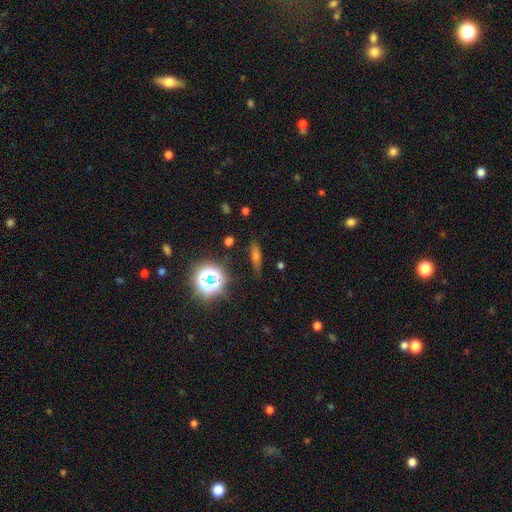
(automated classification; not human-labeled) The model was most divided on "smooth or featured": smooth: 48%, star or artifact: 27%, featured or disk: 25%. More confident: merging — none (81%).